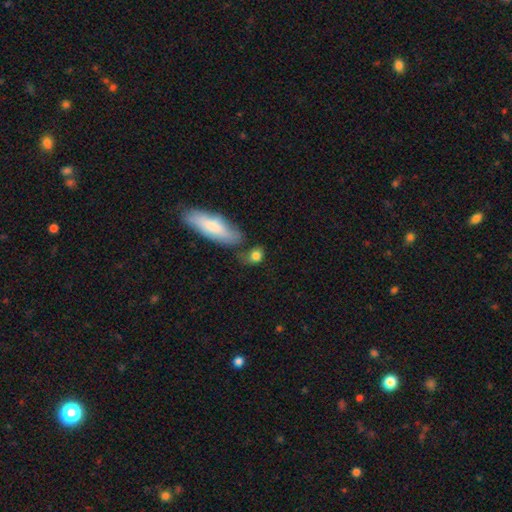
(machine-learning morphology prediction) A smooth galaxy with no disk features (81%) that is in between round and cigar-shaped (53%).

Vote fractions:
- Smooth or featured? smooth: 81% / featured or disk: 10% / star or artifact: 8%
- How rounded? in between: 53% / round: 40% / cigar-shaped: 7%
- Merging? none: 50% / minor disturbance: 21% / merger: 18% / major disturbance: 10%